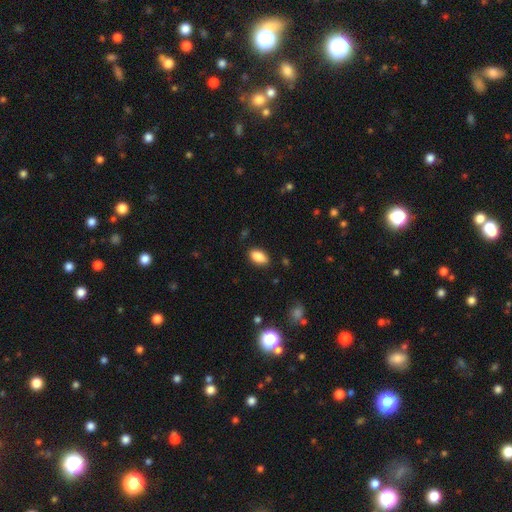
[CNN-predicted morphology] Smooth or featured? smooth (88%)
How rounded? in between (92%)
Merging? none (86%)